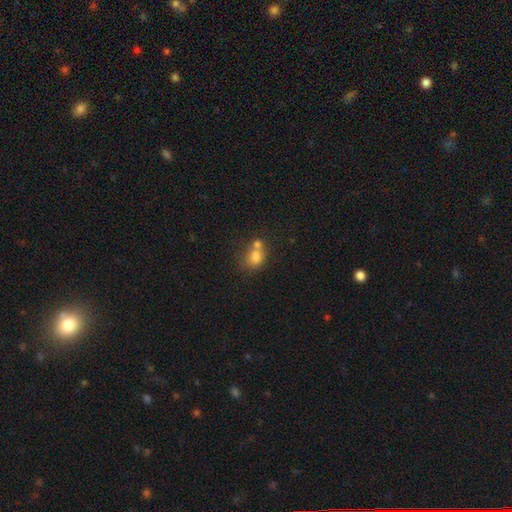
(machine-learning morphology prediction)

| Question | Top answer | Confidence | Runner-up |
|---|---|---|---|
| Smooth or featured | smooth | 75% | star or artifact (13%) |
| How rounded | round | 62% | in between (37%) |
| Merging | merger | 49% | none (36%) |